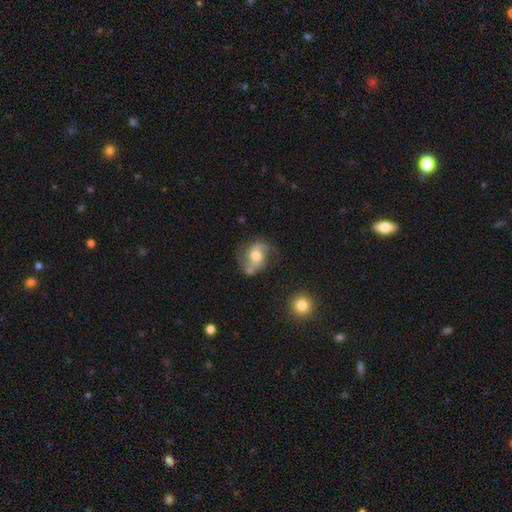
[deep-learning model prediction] This is likely a featured or disk galaxy (70%). It is clearly not viewed edge-on (97%). Bar: possibly no (50%). Spiral arm pattern: clearly yes (90%). Spiral arm count: clearly 2 (85%). Spiral winding: possibly loose (50%). Central bulge: likely moderate (69%). Merging: likely none (61%).